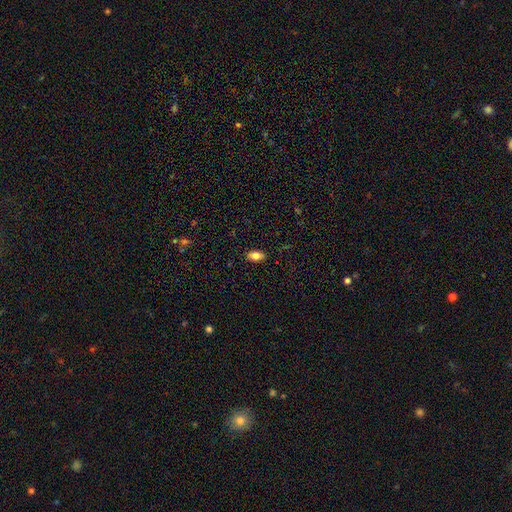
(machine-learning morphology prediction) type=smooth (80%); roundness=in between (89%); merging=none (88%).